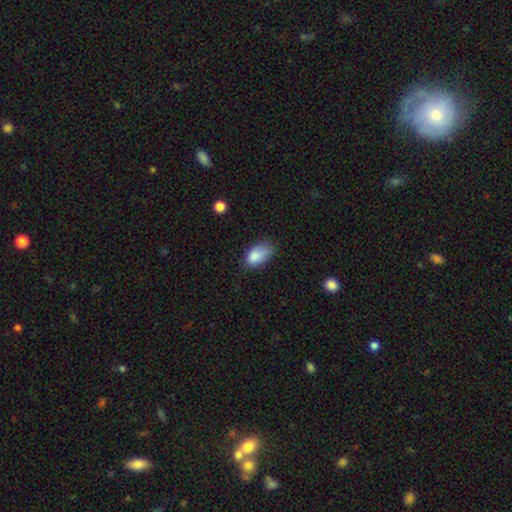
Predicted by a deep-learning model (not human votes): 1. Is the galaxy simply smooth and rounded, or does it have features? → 84% smooth, 8% star or artifact, 8% featured or disk.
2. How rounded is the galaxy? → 92% in between, 6% round, 2% cigar-shaped.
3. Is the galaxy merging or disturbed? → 53% none, 35% minor disturbance, 9% major disturbance, 2% merger.